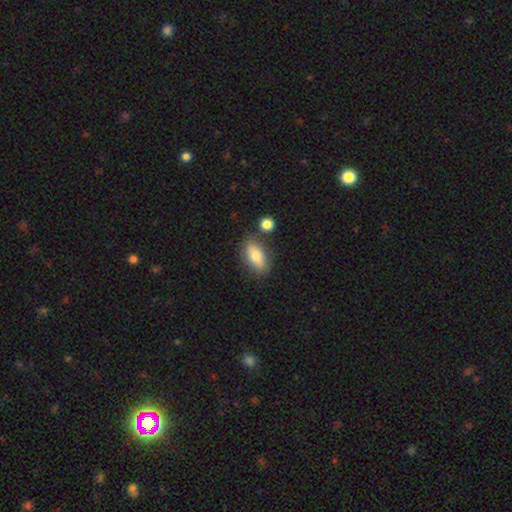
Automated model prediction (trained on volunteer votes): A smooth galaxy with no disk features (78%) that is in between round and cigar-shaped (88%).

Vote fractions:
- Smooth or featured? smooth: 78% / featured or disk: 15% / star or artifact: 7%
- How rounded? in between: 88% / cigar-shaped: 7% / round: 6%
- Merging? none: 71% / minor disturbance: 14% / merger: 10% / major disturbance: 4%